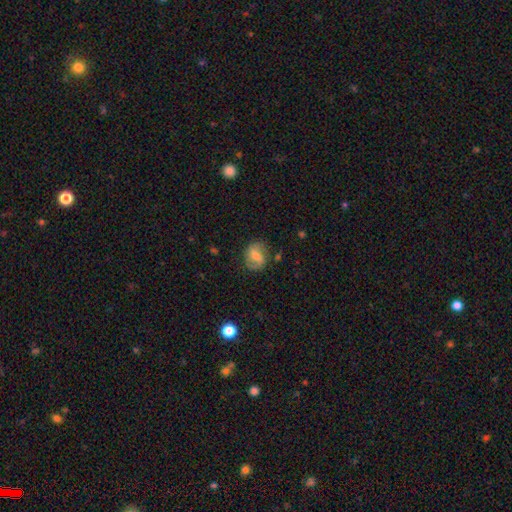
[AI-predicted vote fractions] Smooth or featured? featured or disk (52%)
Edge-on disk? no (97%)
Merging? none (69%)